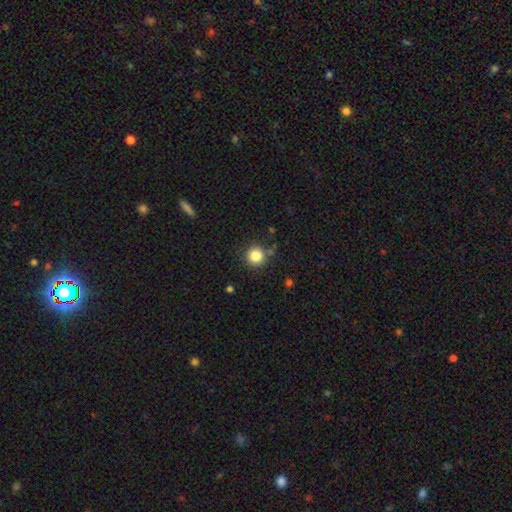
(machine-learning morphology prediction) This is clearly a smooth galaxy (84%). How rounded: clearly round (94%). Merging: clearly none (84%).